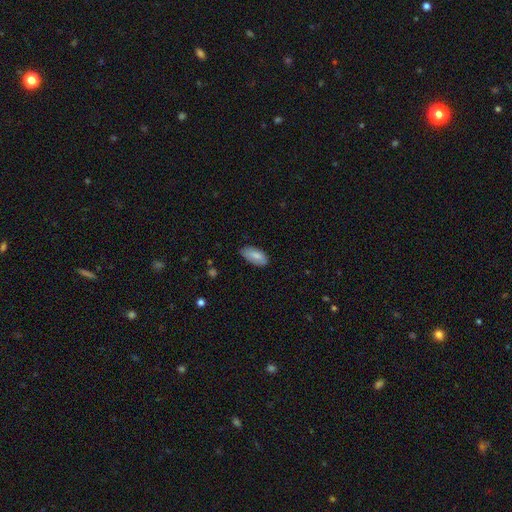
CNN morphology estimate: Q: Smooth or featured?
A: smooth (80%); runner-up: featured or disk (14%)
Q: How rounded?
A: in between (91%); runner-up: cigar-shaped (7%)
Q: Merging?
A: none (74%); runner-up: minor disturbance (21%)